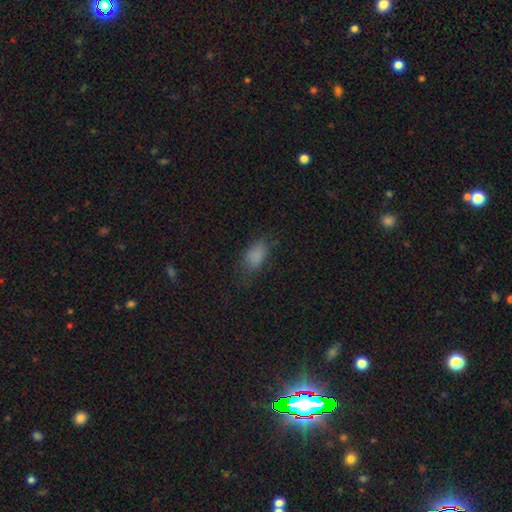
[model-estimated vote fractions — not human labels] The model was most divided on "merging": none: 65%, minor disturbance: 24%, major disturbance: 10%, merger: 1%. More confident: how rounded — in between (89%); smooth or featured — smooth (82%).